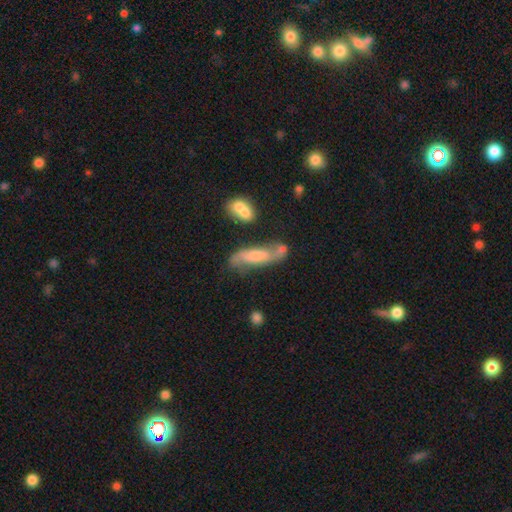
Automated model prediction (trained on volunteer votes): Smooth or featured? featured or disk (58%)
Edge-on disk? no (74%)
Merging? none (56%)